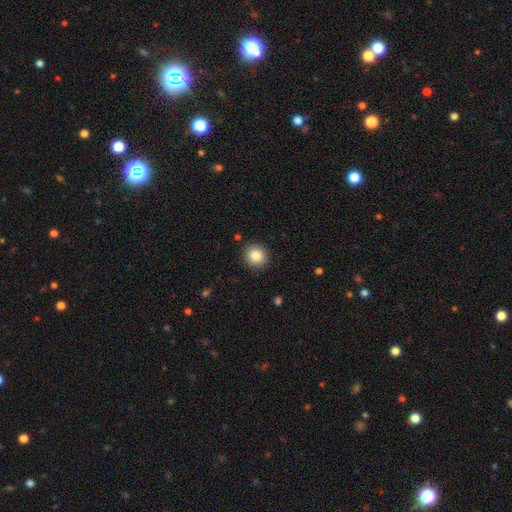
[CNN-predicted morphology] Q: Smooth or featured?
A: smooth (85%); runner-up: star or artifact (9%)
Q: How rounded?
A: round (89%); runner-up: in between (10%)
Q: Merging?
A: none (90%); runner-up: minor disturbance (6%)